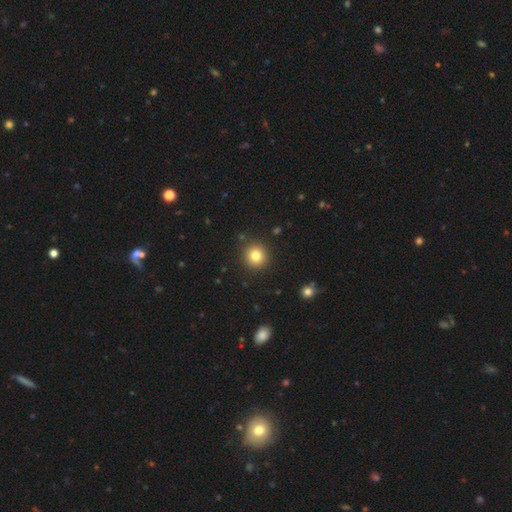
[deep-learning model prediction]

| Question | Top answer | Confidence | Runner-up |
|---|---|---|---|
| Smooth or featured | smooth | 81% | star or artifact (12%) |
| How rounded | round | 93% | in between (6%) |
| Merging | none | 90% | minor disturbance (6%) |